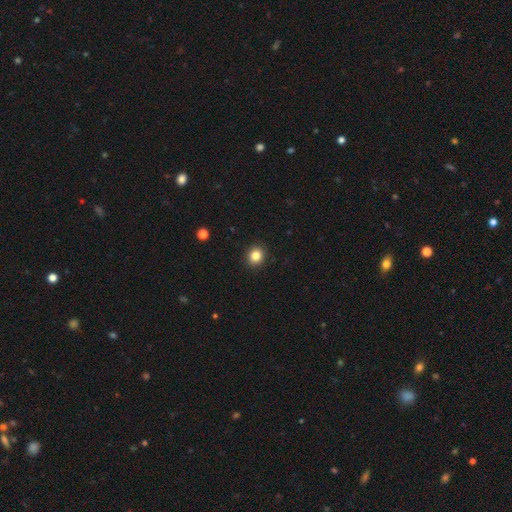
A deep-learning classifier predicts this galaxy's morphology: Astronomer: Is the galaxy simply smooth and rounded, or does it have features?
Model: smooth — 84%.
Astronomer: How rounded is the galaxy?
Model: round — 76%.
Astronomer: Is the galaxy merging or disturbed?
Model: none — 91%.